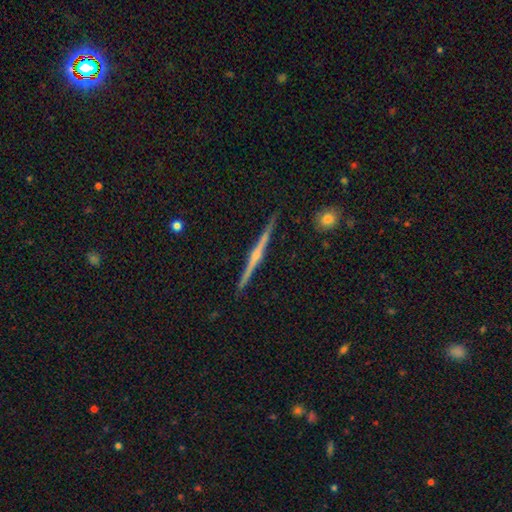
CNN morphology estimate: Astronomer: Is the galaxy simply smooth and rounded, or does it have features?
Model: featured or disk — 83%.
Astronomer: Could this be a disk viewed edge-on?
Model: yes — 99%.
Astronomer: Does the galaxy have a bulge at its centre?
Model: rounded — 80%.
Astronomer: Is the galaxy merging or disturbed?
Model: none — 91%.